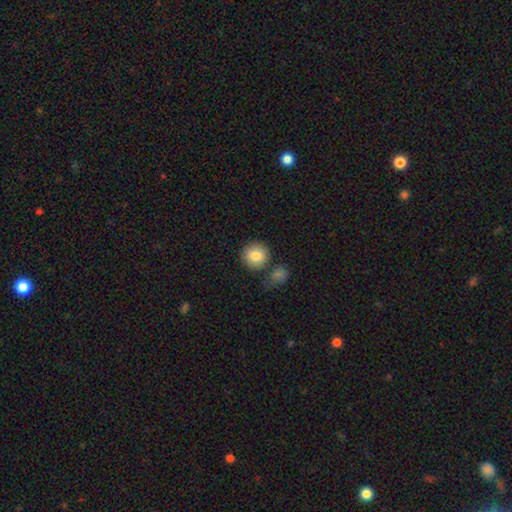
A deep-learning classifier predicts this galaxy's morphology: A smooth galaxy with no disk features (85%) that is round (90%). Merging: none (70%).